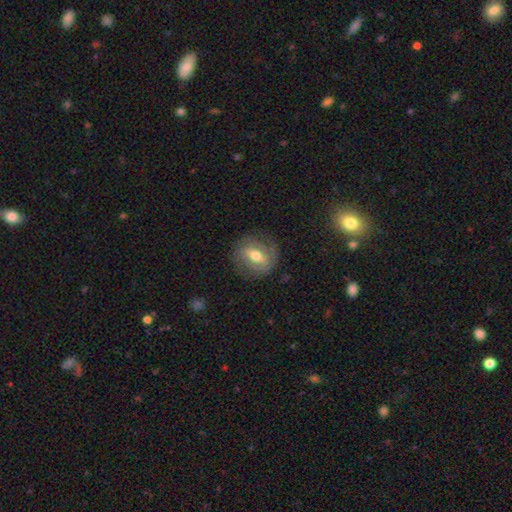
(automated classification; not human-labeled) Q: Smooth or featured?
A: featured or disk (54%); runner-up: smooth (37%)
Q: Edge-on disk?
A: no (88%); runner-up: yes (12%)
Q: Merging?
A: none (77%); runner-up: minor disturbance (16%)